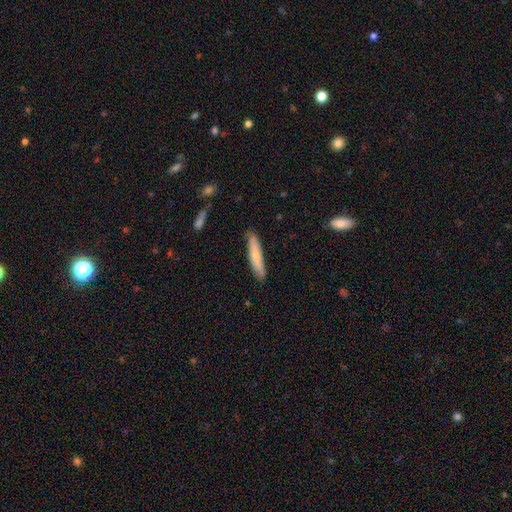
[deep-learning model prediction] Morphology: type=smooth (63%); roundness=cigar-shaped (89%); merging=none (85%).